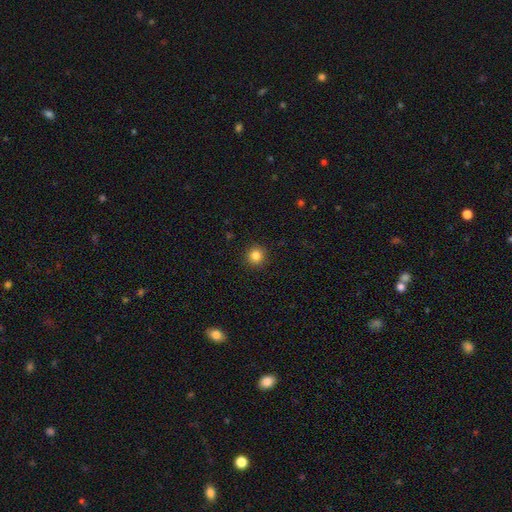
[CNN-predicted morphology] A smooth galaxy with no disk features (84%) that is round (94%). Merging: none (92%).